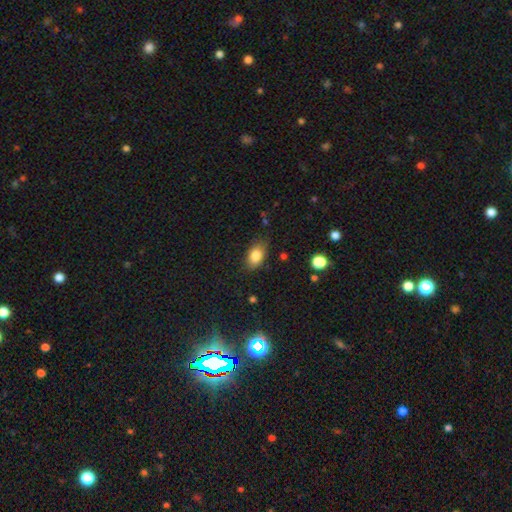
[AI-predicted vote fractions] smooth 83%, star or artifact 9%, featured or disk 8%. Down the decision tree: how rounded — in between (85%); merging — none (79%).